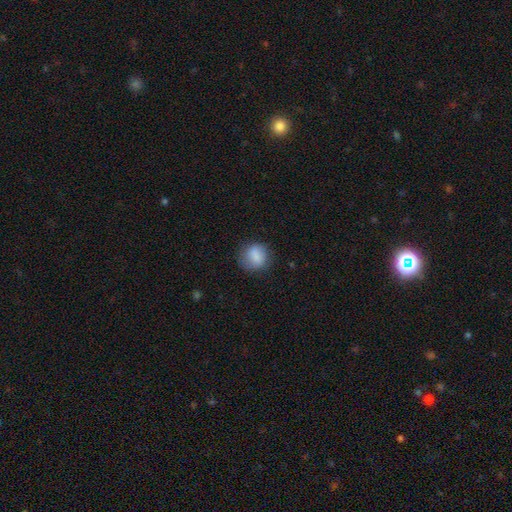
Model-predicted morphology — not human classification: A smooth galaxy with no disk features (83%) that is round (73%). Merging: none (75%).